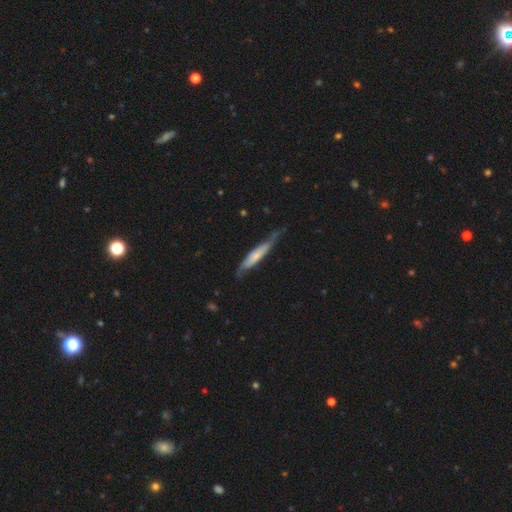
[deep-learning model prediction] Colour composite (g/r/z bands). It shows a smooth galaxy with no disk features (50%). Merging: none (56%).